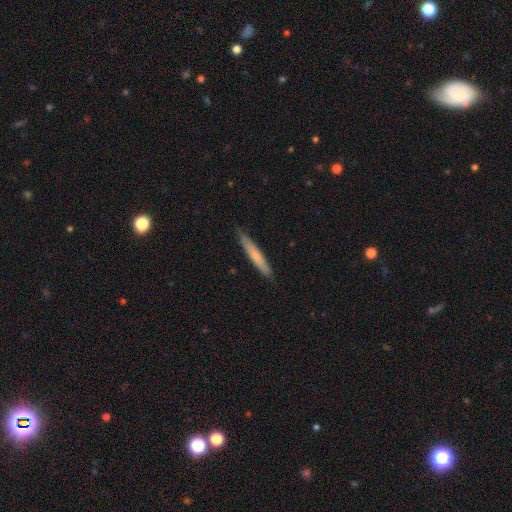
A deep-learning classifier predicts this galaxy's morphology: Smooth or featured? smooth (63%)
How rounded? cigar-shaped (94%)
Merging? none (87%)